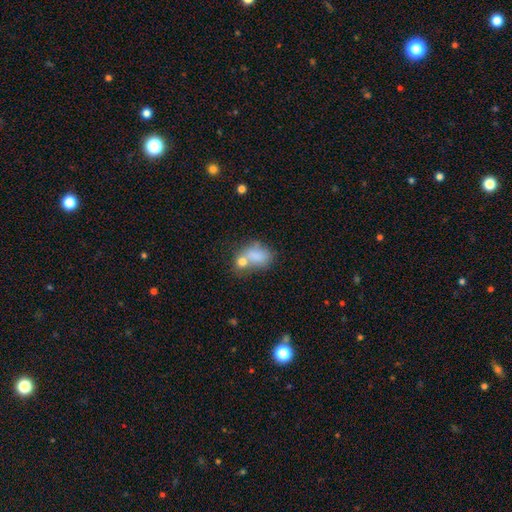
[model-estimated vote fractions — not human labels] A smooth galaxy with no disk features (76%) that is in between round and cigar-shaped (72%). Merging: merger (51%).